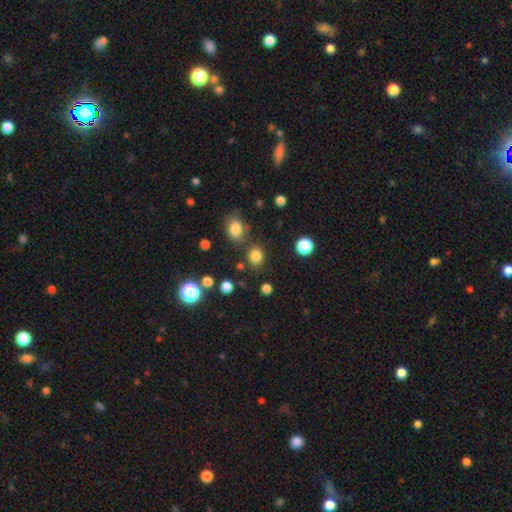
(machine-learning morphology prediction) type=smooth (80%); roundness=round (71%); merging=none (78%).